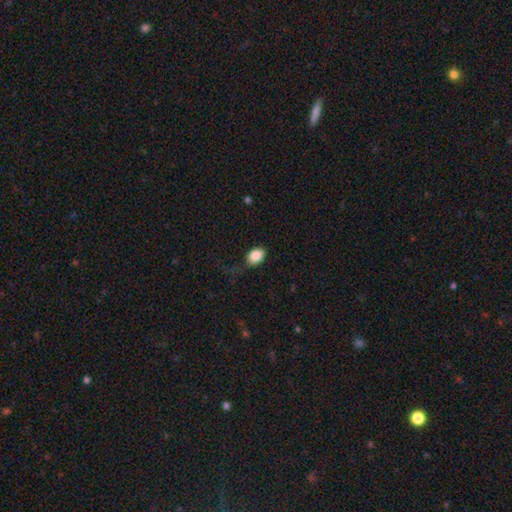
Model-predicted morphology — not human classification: This appears to be a smooth galaxy with no disk features (87%) that is in between round and cigar-shaped (80%). Merging: none (62%).